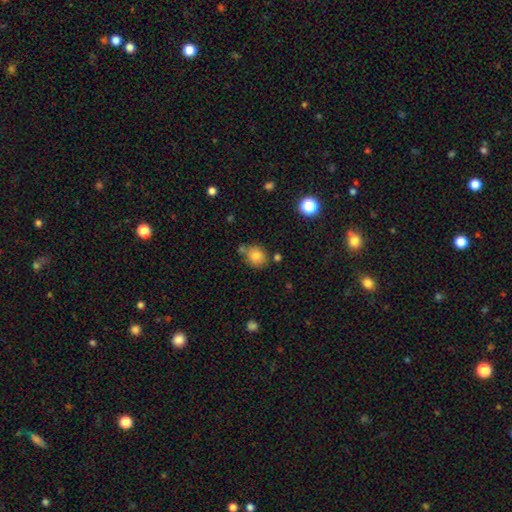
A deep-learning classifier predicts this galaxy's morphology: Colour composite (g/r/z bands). It shows a smooth galaxy with no disk features (79%) that is round (74%). Merging: none (65%).